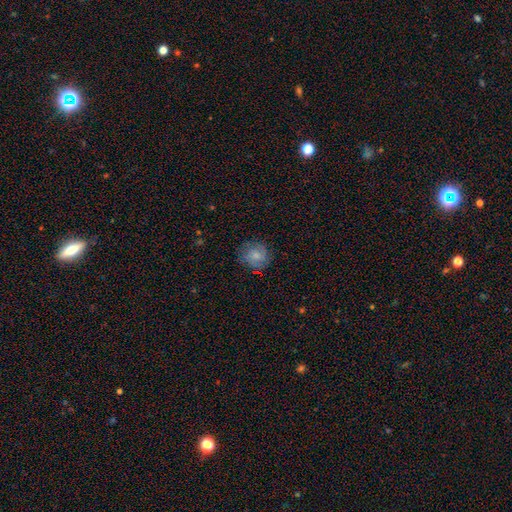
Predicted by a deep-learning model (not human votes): This appears to be a smooth galaxy with no disk features (59%) that is round (83%). Merging: none (76%).